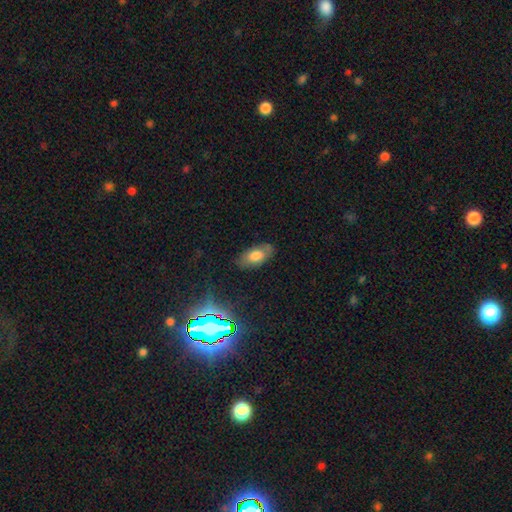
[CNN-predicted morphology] smooth_or_featured: smooth (p=0.69) [alt: featured or disk p=0.19]
how_rounded: in between (p=0.90) [alt: cigar-shaped p=0.06]
merging: none (p=0.76) [alt: minor disturbance p=0.18]